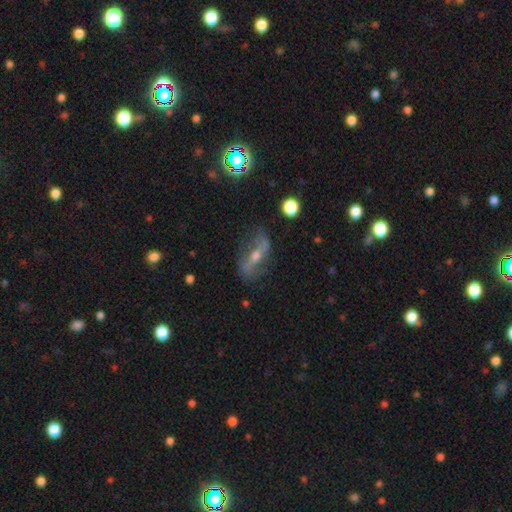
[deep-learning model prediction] Q: Smooth or featured?
A: featured or disk (69%); runner-up: smooth (18%)
Q: Edge-on disk?
A: no (79%); runner-up: yes (21%)
Q: Bar?
A: strong (45%); runner-up: weak (31%)
Q: Spiral arms?
A: yes (75%); runner-up: no (25%)
Q: Bulge size?
A: moderate (55%); runner-up: small (36%)
Q: Merging?
A: none (70%); runner-up: minor disturbance (18%)